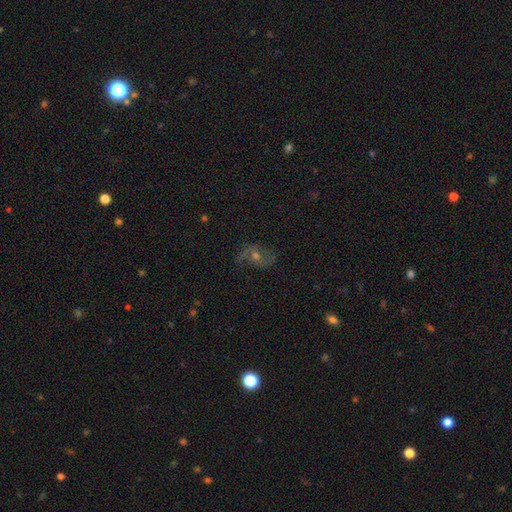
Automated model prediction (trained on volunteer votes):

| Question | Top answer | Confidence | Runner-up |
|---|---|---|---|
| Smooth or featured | featured or disk | 67% | smooth (17%) |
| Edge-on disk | no | 96% | yes (4%) |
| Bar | no | 62% | weak (30%) |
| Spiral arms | yes | 89% | no (11%) |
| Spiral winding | loose | 54% | medium (36%) |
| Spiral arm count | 2 | 80% | can't tell (7%) |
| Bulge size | moderate | 55% | small (38%) |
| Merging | none | 68% | minor disturbance (18%) |